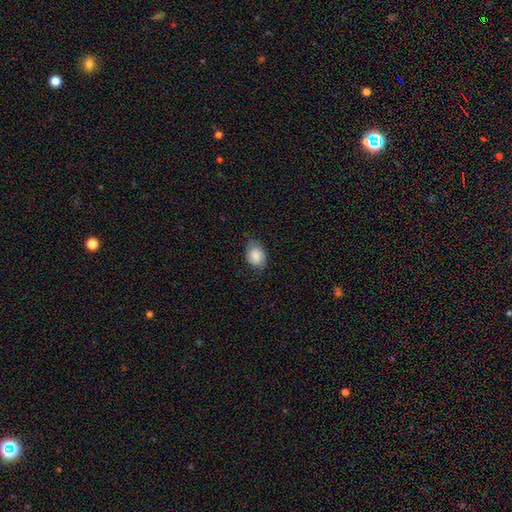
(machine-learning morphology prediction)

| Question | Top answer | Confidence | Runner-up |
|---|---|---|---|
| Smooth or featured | smooth | 82% | featured or disk (11%) |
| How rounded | in between | 73% | round (26%) |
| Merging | none | 65% | minor disturbance (28%) |